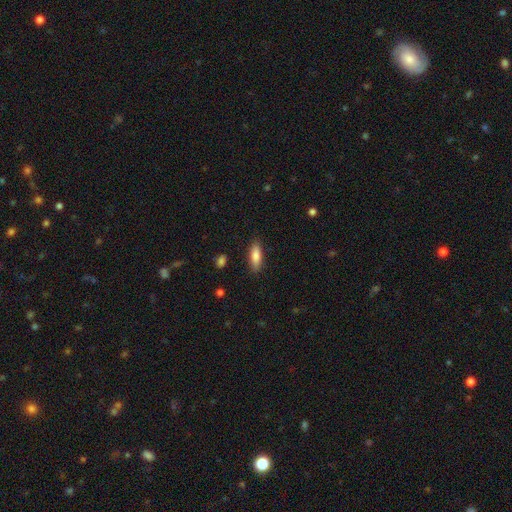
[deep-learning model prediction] smooth-or-featured: smooth: 81% | featured or disk: 12% | star or artifact: 6%
  how-rounded: in between: 57% | cigar-shaped: 41% | round: 2%
  merging: none: 87% | minor disturbance: 10% | major disturbance: 2% | merger: 1%